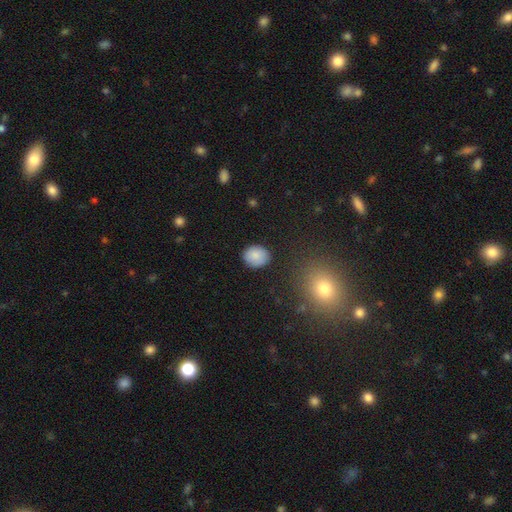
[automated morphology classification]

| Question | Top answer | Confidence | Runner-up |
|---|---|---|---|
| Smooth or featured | smooth | 86% | star or artifact (8%) |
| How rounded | round | 61% | in between (38%) |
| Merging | none | 85% | minor disturbance (11%) |